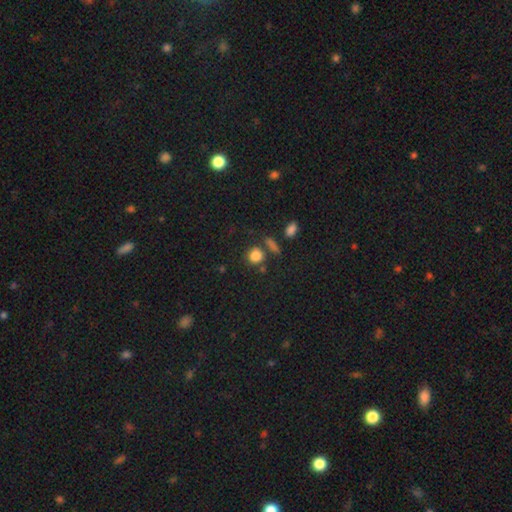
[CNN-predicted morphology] The model was most divided on "merging": none: 71%, merger: 13%, minor disturbance: 11%, major disturbance: 5%. More confident: smooth or featured — smooth (82%); how rounded — round (81%).